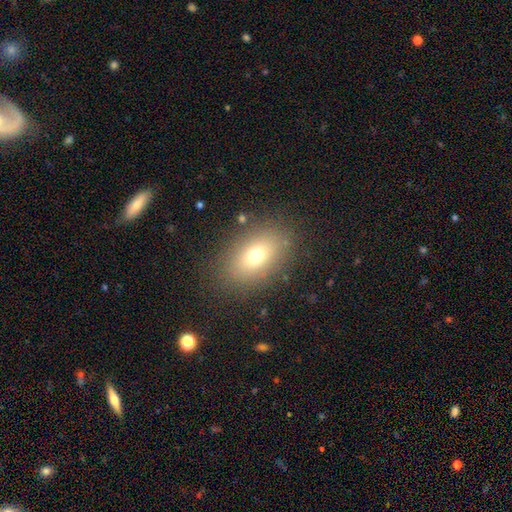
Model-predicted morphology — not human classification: smooth_or_featured: smooth (p=0.71) [alt: featured or disk p=0.16]
how_rounded: in between (p=0.82) [alt: round p=0.15]
merging: none (p=0.84) [alt: minor disturbance p=0.10]